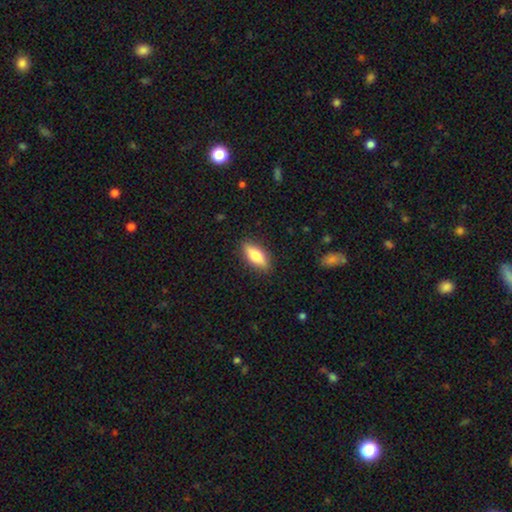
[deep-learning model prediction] Smooth or featured?
  - smooth: 64% *
  - featured or disk: 30%
  - star or artifact: 6%
How rounded?
  - in between: 61% *
  - cigar-shaped: 36%
  - round: 3%
Merging?
  - none: 88% *
  - minor disturbance: 9%
  - major disturbance: 2%
  - merger: 1%